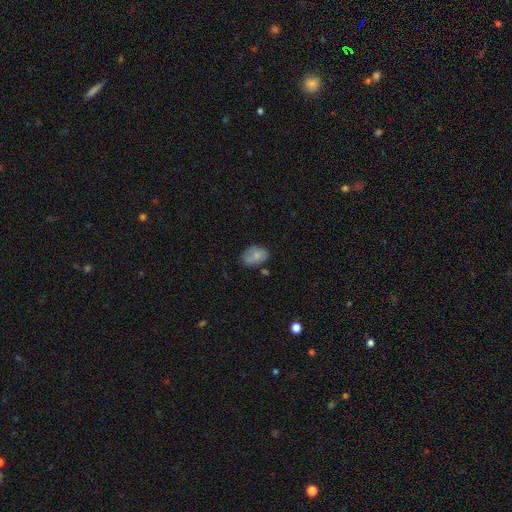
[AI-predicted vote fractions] A smooth galaxy with no disk features (75%) that is in between round and cigar-shaped (80%).

Vote fractions:
- Smooth or featured? smooth: 75% / featured or disk: 17% / star or artifact: 8%
- How rounded? in between: 80% / round: 19% / cigar-shaped: 1%
- Merging? none: 64% / minor disturbance: 25% / major disturbance: 6% / merger: 6%